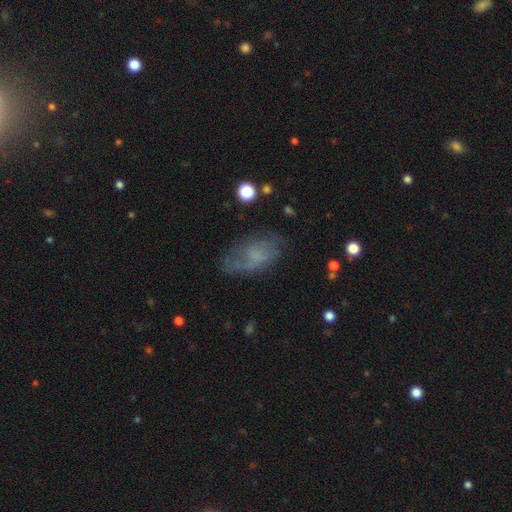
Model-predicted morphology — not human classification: Smooth or featured: smooth — 49% (featured or disk — 40%)
Merging: none — 56% (minor disturbance — 25%)